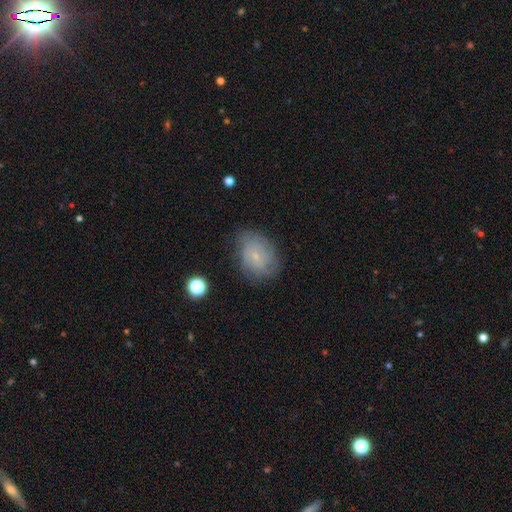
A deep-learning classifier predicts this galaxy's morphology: featured or disk 49%, smooth 41%, star or artifact 10%. Down the decision tree: merging — none (70%).